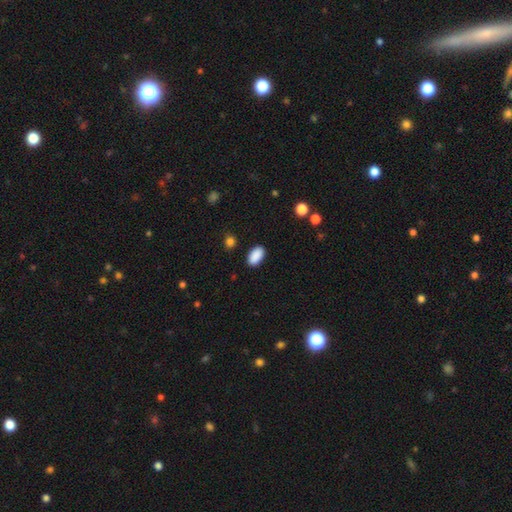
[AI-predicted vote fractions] Q: Smooth or featured?
A: smooth (90%); runner-up: star or artifact (7%)
Q: How rounded?
A: in between (94%); runner-up: round (4%)
Q: Merging?
A: none (89%); runner-up: minor disturbance (8%)